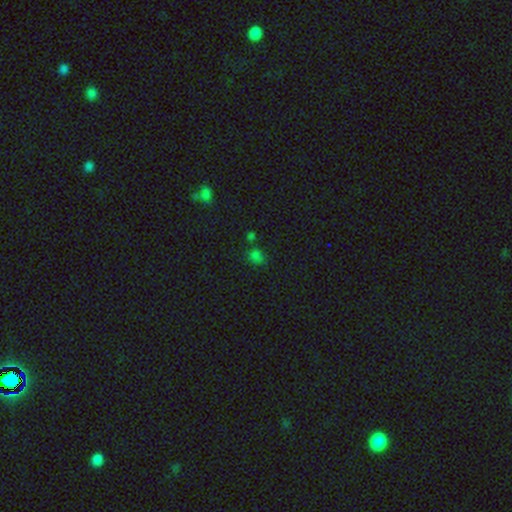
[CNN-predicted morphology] This is possibly a smooth galaxy (56%). How rounded: possibly round (56%). Merging: likely none (61%).